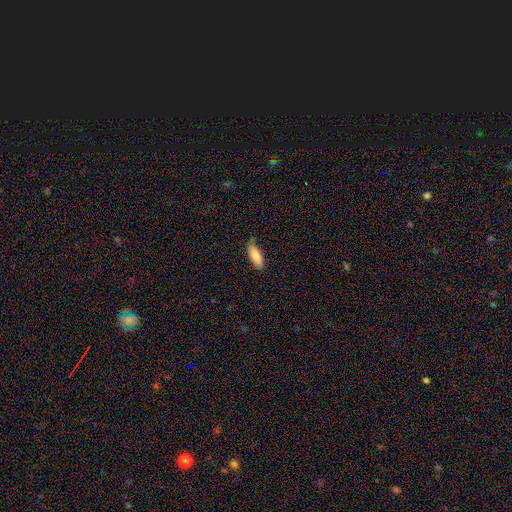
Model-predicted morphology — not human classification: Overall: smooth (85%). How rounded: in between (71%). Merging: none (79%).